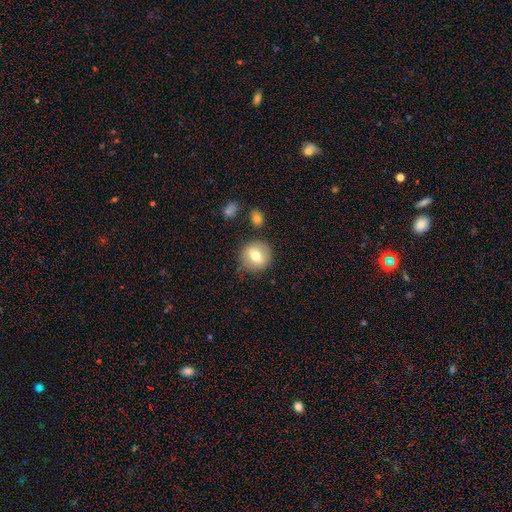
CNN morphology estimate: Q: Smooth or featured?
A: smooth (63%); runner-up: featured or disk (28%)
Q: How rounded?
A: round (86%); runner-up: in between (12%)
Q: Merging?
A: none (82%); runner-up: minor disturbance (11%)